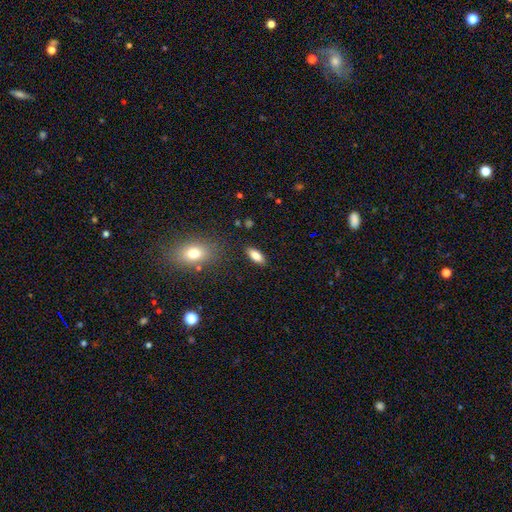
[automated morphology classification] A smooth galaxy with no disk features (83%) that is in between round and cigar-shaped (81%).

Vote fractions:
- Smooth or featured? smooth: 83% / featured or disk: 9% / star or artifact: 8%
- How rounded? in between: 81% / cigar-shaped: 17% / round: 3%
- Merging? none: 86% / minor disturbance: 10% / major disturbance: 3% / merger: 2%